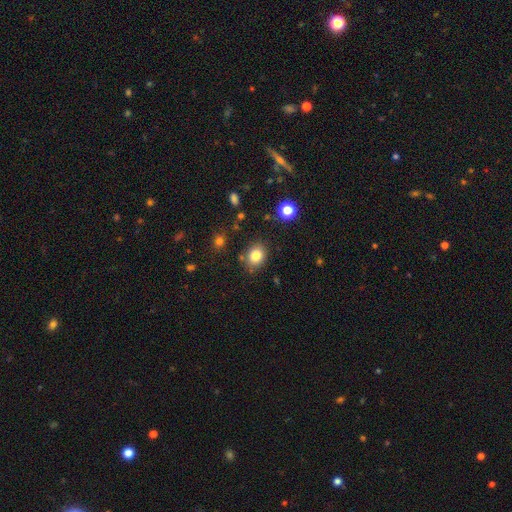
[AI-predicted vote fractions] A smooth galaxy with no disk features (82%) that is round (52%).

Vote fractions:
- Smooth or featured? smooth: 82% / star or artifact: 11% / featured or disk: 7%
- How rounded? round: 52% / in between: 48% / cigar-shaped: 1%
- Merging? none: 80% / minor disturbance: 12% / merger: 4% / major disturbance: 3%